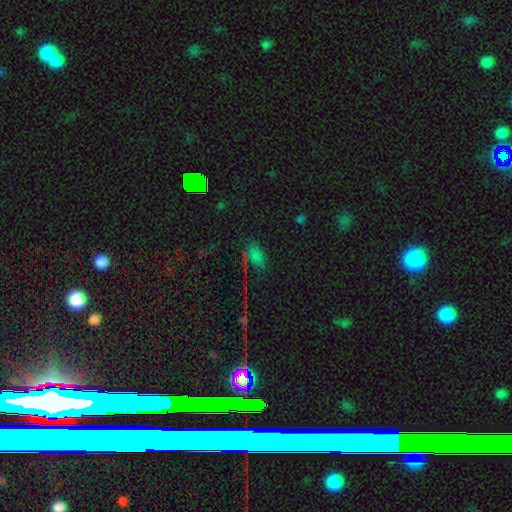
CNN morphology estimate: The model was most divided on "smooth or featured": smooth: 49%, star or artifact: 43%, featured or disk: 8%. More confident: merging — none (64%).